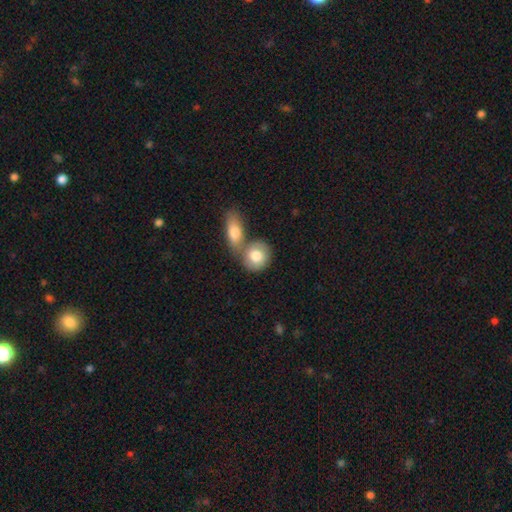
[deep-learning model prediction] Morphology: type=smooth (75%); roundness=round (66%); merging=merger (50%).